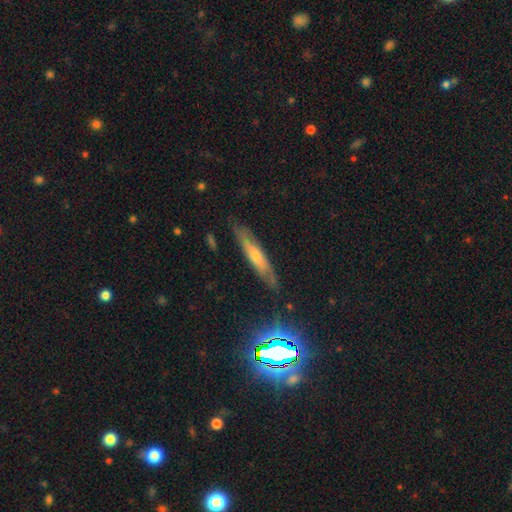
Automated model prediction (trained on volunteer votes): This is possibly a featured or disk galaxy (48%). Merging: clearly none (81%).